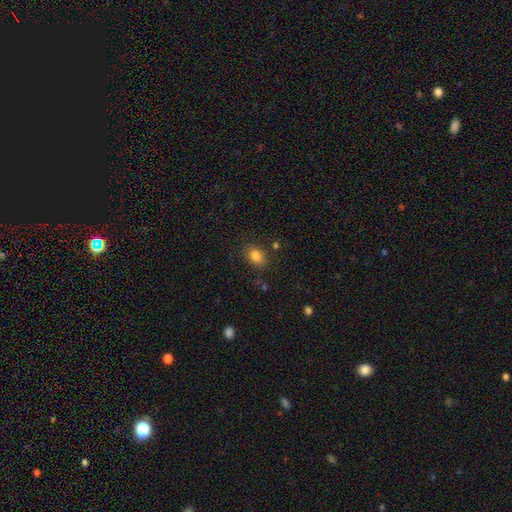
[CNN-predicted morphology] This is clearly a smooth galaxy (83%). How rounded: likely in between (70%). Merging: clearly none (82%).